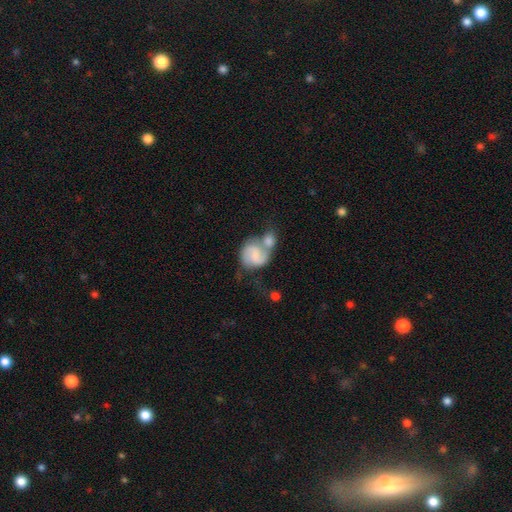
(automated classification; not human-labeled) This is possibly a featured or disk galaxy (47%). Merging: possibly merger (57%).